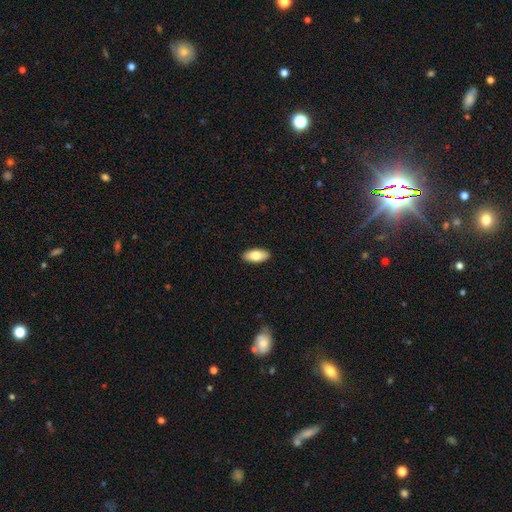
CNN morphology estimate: type=smooth (81%); roundness=in between (90%); merging=none (91%).